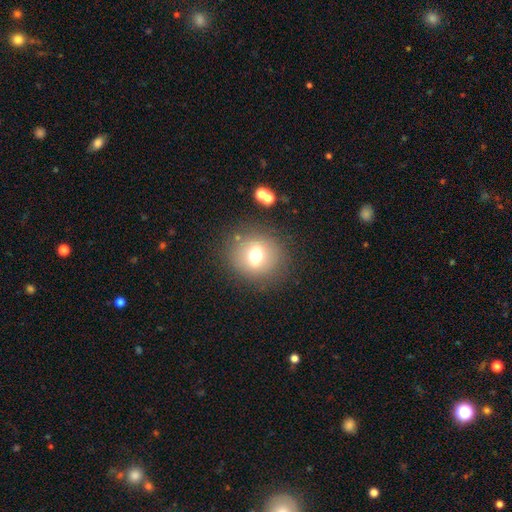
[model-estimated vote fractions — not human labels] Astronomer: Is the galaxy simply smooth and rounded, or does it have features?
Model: smooth — 63%.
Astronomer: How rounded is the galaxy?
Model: round — 83%.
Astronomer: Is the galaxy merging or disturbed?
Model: none — 81%.